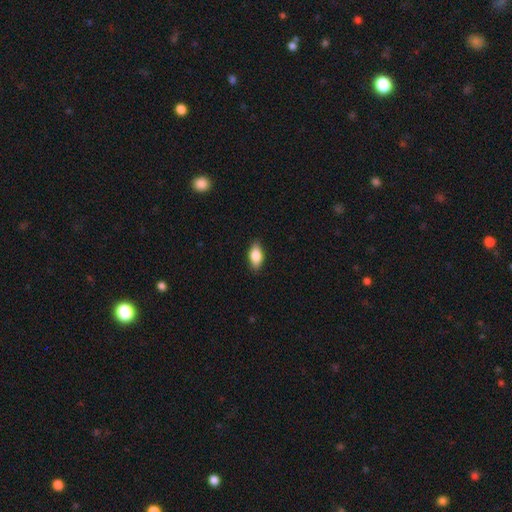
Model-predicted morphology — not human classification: This appears to be a smooth galaxy with no disk features (79%) that is in between round and cigar-shaped (88%). Merging: none (87%).